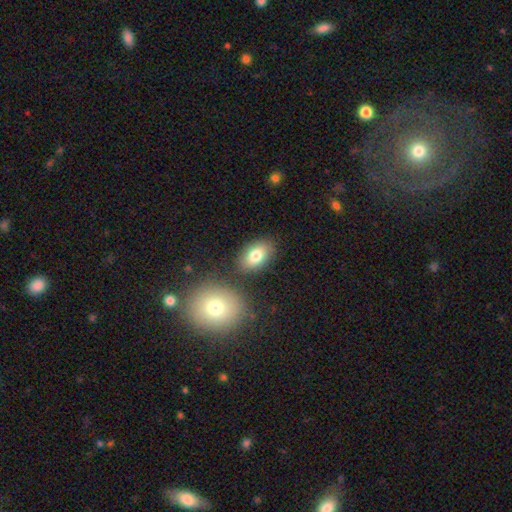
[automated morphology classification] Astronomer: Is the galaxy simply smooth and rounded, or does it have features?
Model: smooth — 79%.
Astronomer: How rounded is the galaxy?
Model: in between — 89%.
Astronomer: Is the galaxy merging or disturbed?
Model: none — 78%.